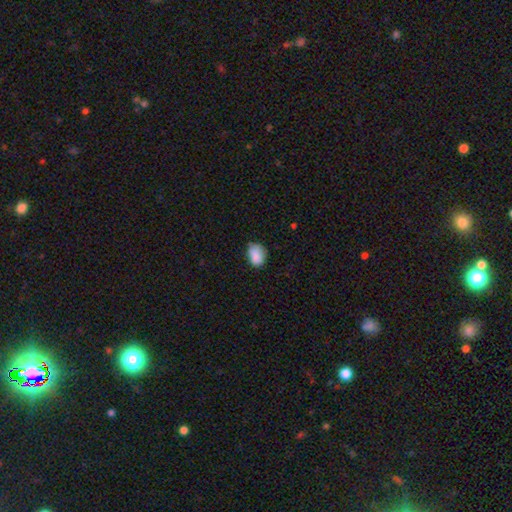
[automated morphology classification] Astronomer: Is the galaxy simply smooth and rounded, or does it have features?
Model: smooth — 84%.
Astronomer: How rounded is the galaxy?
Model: in between — 73%.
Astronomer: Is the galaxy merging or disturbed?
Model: none — 55% (runner-up: minor disturbance, 34%).